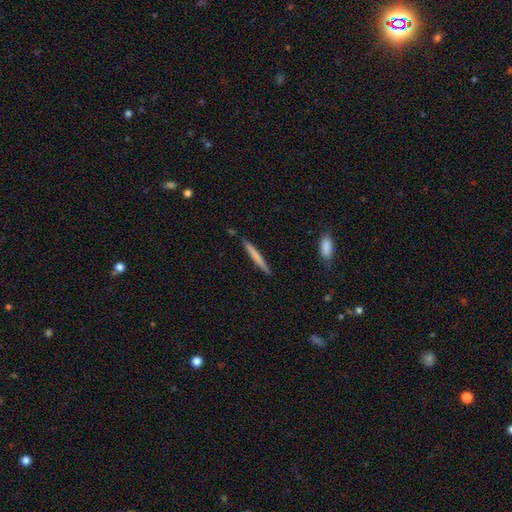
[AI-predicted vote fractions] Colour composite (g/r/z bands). It shows a smooth galaxy with no disk features (66%) that is cigar-shaped (96%). Merging: none (87%).